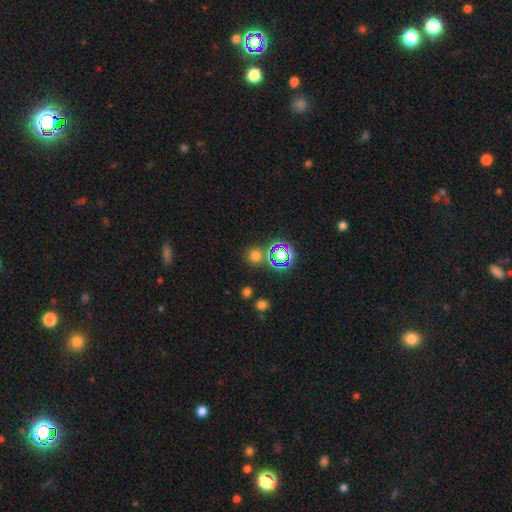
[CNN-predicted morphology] Q: Smooth or featured?
A: smooth (62%); runner-up: star or artifact (31%)
Q: How rounded?
A: round (88%); runner-up: in between (11%)
Q: Merging?
A: none (75%); runner-up: merger (12%)